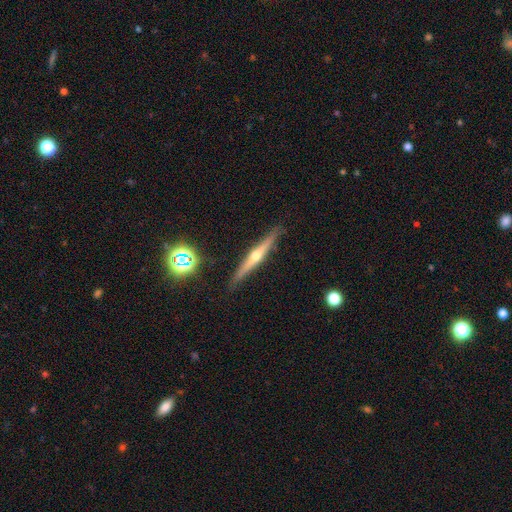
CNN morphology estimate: featured or disk 74%, smooth 19%, star or artifact 7%. Down the decision tree: edge-on disk — yes (98%); edge-on bulge — rounded (90%); merging — none (89%).